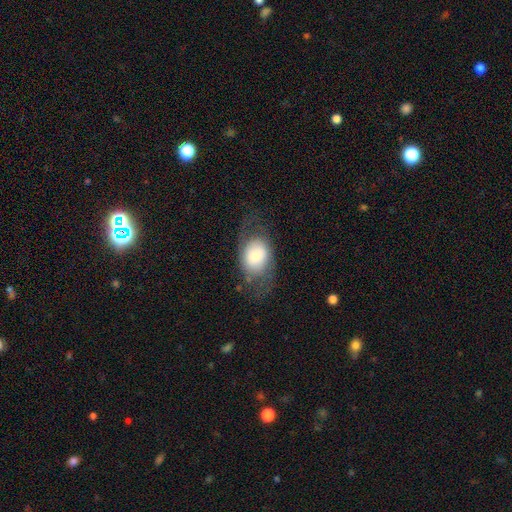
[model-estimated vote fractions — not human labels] The model was most divided on "smooth or featured": smooth: 63%, featured or disk: 30%, star or artifact: 7%. More confident: how rounded — in between (73%); merging — none (59%).